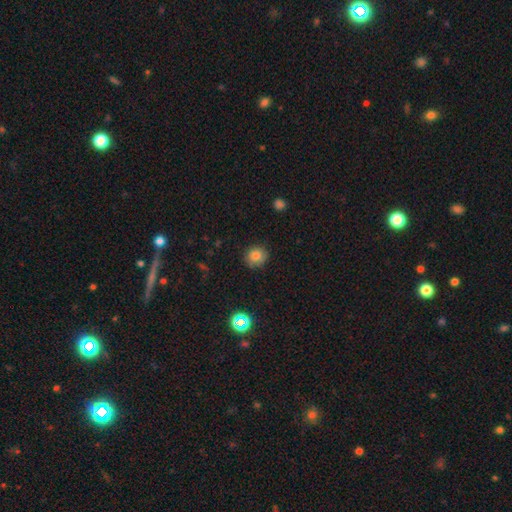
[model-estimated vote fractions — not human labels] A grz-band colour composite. It shows a smooth galaxy with no disk features (81%) that is round (87%). Merging: none (86%).